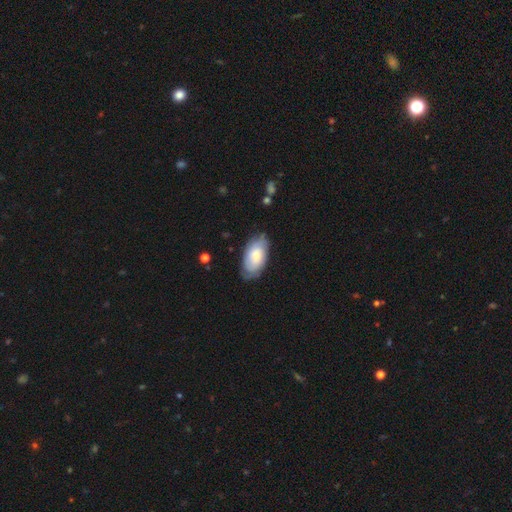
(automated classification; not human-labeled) smooth-or-featured: smooth: 55% | featured or disk: 39% | star or artifact: 6%
  how-rounded: in between: 94% | round: 4% | cigar-shaped: 3%
  merging: none: 72% | minor disturbance: 21% | major disturbance: 5% | merger: 1%